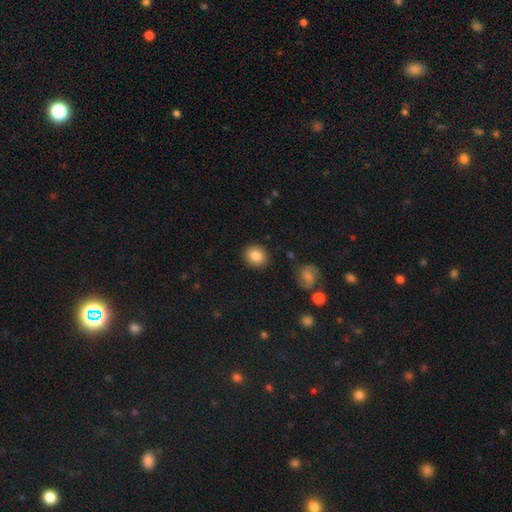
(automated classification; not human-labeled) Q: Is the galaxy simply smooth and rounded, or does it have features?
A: smooth — 83%.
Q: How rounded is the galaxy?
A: round — 72%.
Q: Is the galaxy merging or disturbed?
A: none — 88%.